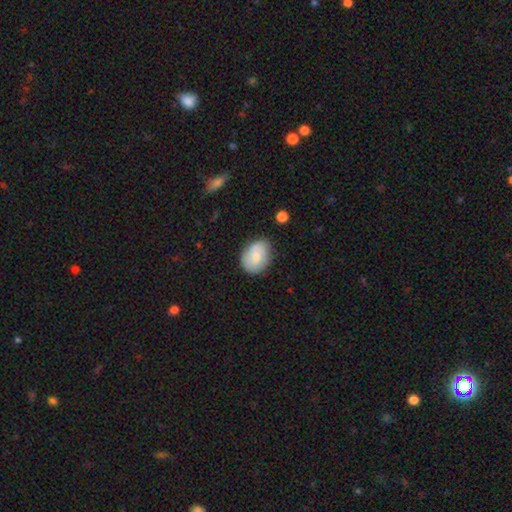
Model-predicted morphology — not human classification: Smooth or featured?
  - smooth: 64% *
  - featured or disk: 29%
  - star or artifact: 7%
How rounded?
  - in between: 61% *
  - round: 38%
  - cigar-shaped: 1%
Merging?
  - none: 71% *
  - minor disturbance: 22%
  - major disturbance: 5%
  - merger: 2%